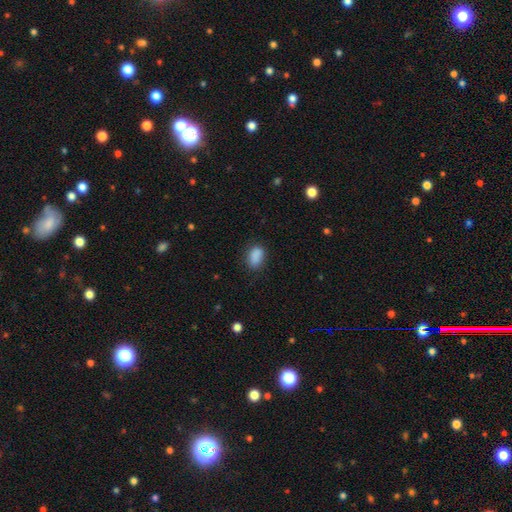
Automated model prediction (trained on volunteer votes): Q: Smooth or featured?
A: smooth (87%); runner-up: star or artifact (9%)
Q: How rounded?
A: in between (86%); runner-up: round (12%)
Q: Merging?
A: none (79%); runner-up: minor disturbance (16%)